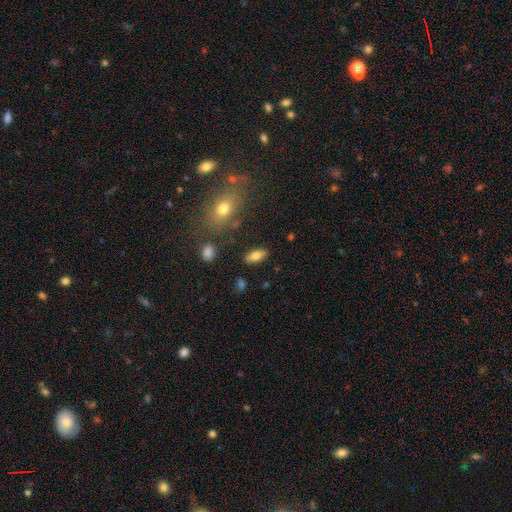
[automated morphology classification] smooth 77%, featured or disk 14%, star or artifact 8%. Down the decision tree: how rounded — in between (81%); merging — none (84%).